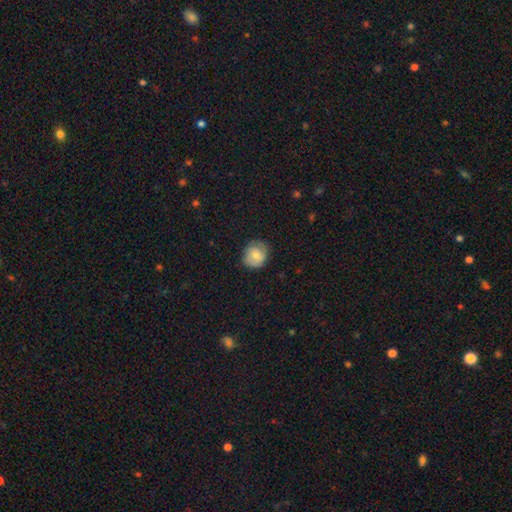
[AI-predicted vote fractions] smooth 70%, featured or disk 23%, star or artifact 7%. Down the decision tree: how rounded — round (76%); merging — none (72%).